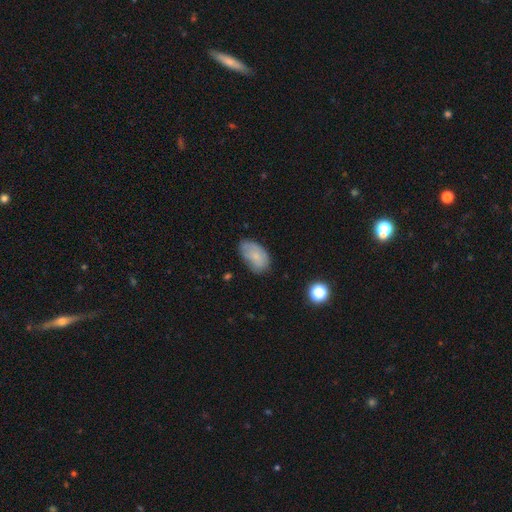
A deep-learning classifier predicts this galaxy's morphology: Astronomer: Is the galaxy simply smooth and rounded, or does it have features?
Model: smooth — 73%.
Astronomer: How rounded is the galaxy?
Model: in between — 92%.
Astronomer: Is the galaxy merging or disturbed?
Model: none — 60%.